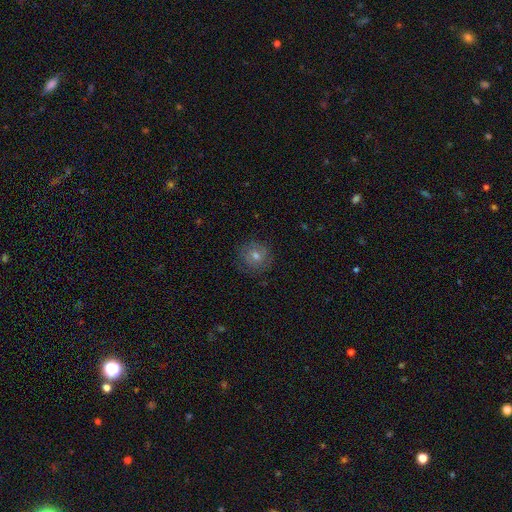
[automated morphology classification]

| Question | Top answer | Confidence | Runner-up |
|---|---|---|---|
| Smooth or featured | smooth | 49% | featured or disk (34%) |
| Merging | none | 85% | minor disturbance (10%) |